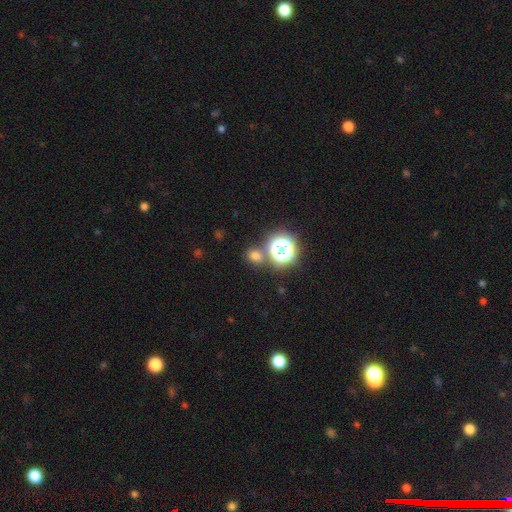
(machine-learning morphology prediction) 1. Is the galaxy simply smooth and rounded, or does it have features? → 62% smooth, 32% star or artifact, 6% featured or disk.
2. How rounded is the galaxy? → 69% round, 30% in between, 1% cigar-shaped.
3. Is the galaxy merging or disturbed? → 77% none, 11% merger, 9% minor disturbance, 4% major disturbance.